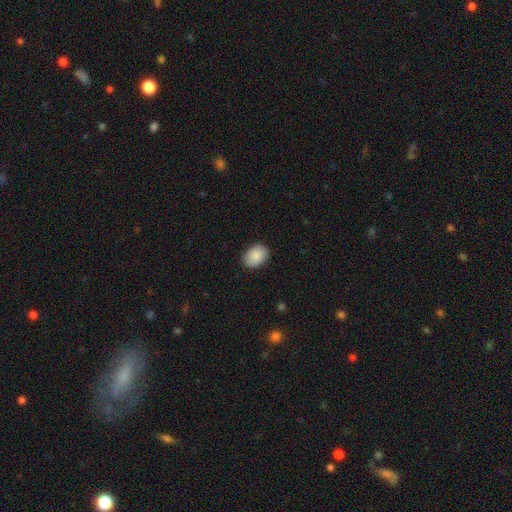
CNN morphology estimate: Smooth or featured?
  - smooth: 89% *
  - star or artifact: 6%
  - featured or disk: 4%
How rounded?
  - in between: 79% *
  - round: 20%
  - cigar-shaped: 1%
Merging?
  - none: 86% *
  - minor disturbance: 11%
  - major disturbance: 2%
  - merger: 1%